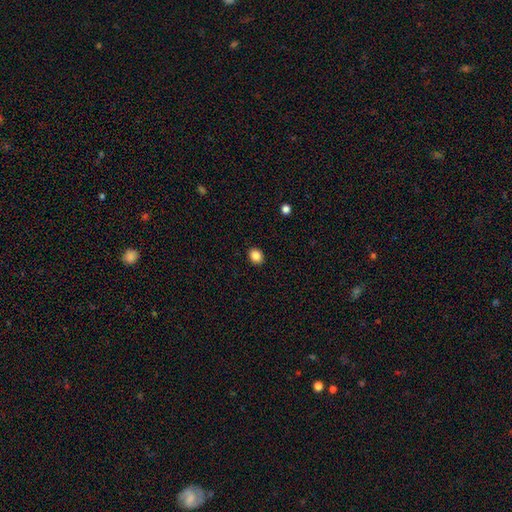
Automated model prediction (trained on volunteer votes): This appears to be a smooth galaxy with no disk features (86%) that is round (53%). Merging: none (91%).